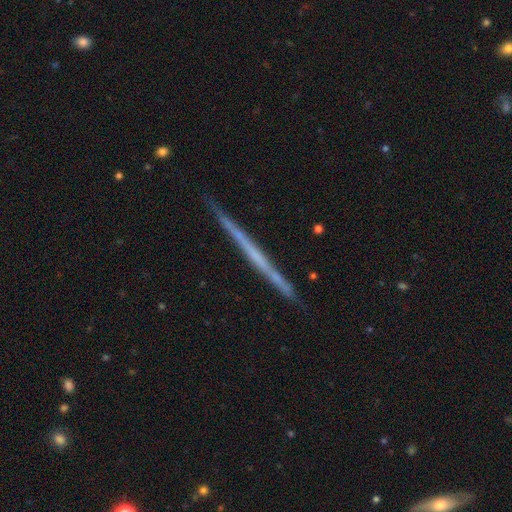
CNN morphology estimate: smooth-or-featured: featured or disk: 67% | smooth: 27% | star or artifact: 6%
  disk-edge-on: yes: 98% | no: 2%
    edge-on-bulge: none: 89% | rounded: 7% | boxy: 4%
  merging: none: 89% | minor disturbance: 8% | merger: 1% | major disturbance: 1%